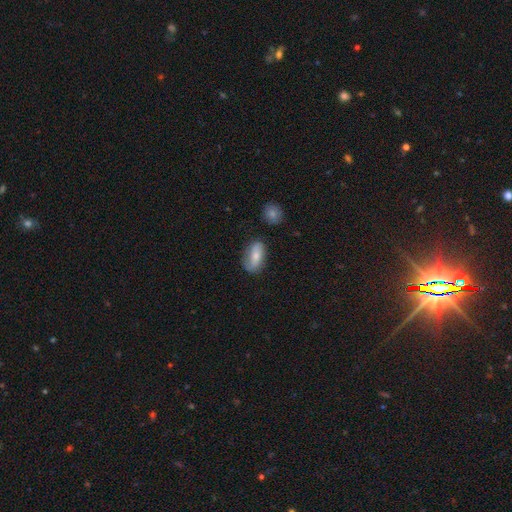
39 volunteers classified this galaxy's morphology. Volunteers were most divided on "smooth or featured": smooth: 62%, featured or disk: 28%, star or artifact: 10%. More confident: how rounded — in between (83%); merging — none (80%).